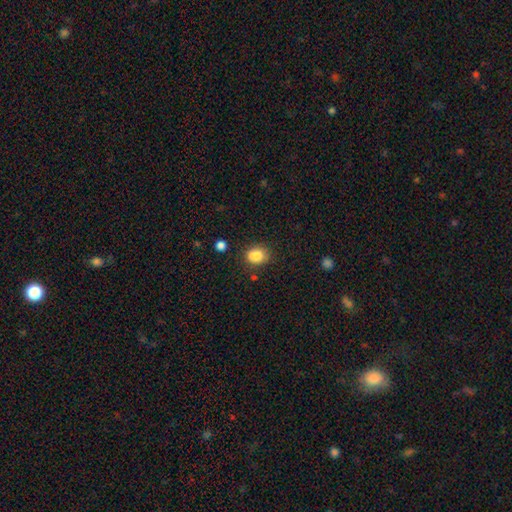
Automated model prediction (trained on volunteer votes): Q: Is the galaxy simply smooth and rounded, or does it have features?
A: smooth — 84%.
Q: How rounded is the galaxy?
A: in between — 51%.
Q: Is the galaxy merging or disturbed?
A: none — 70%.